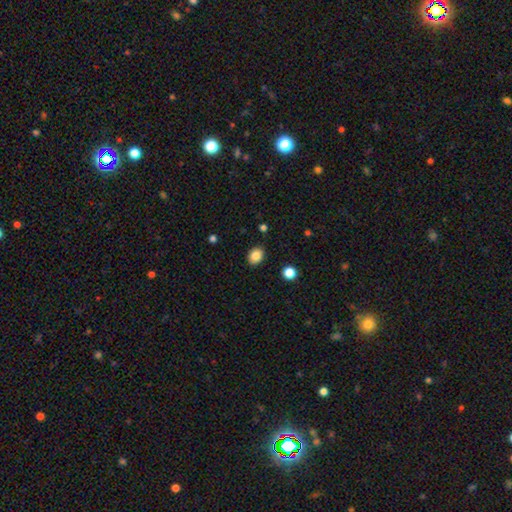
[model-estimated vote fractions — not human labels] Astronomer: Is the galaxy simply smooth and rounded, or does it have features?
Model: smooth — 85%.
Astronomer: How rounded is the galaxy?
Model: in between — 58% (runner-up: round, 41%).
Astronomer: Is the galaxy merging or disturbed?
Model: none — 87%.